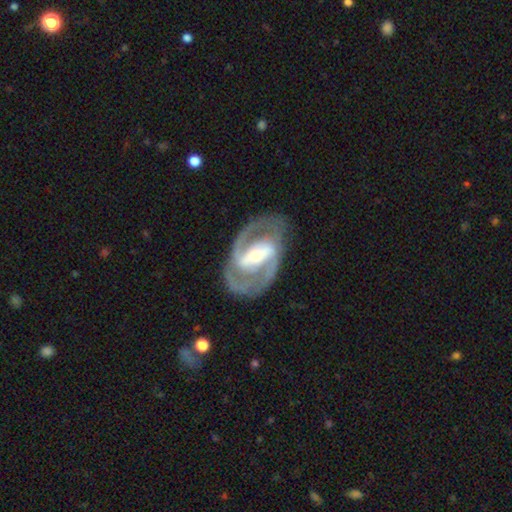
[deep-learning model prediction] This appears to be a featured or disk galaxy (90%) with a strong bar (65%), 2 (87%) medium (51%) spiral arms (94%) and a moderate central bulge (48%). Merging: none (79%).